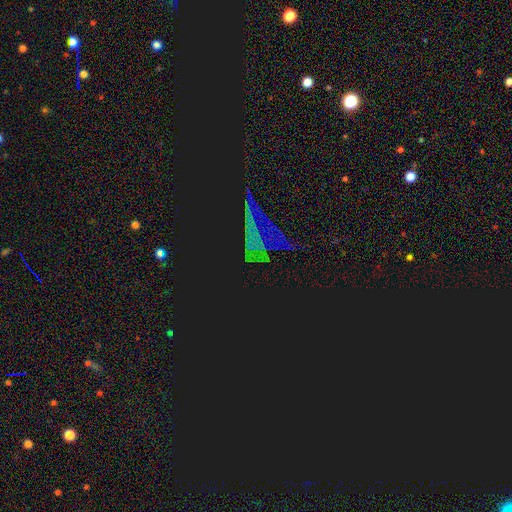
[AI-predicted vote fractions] smooth_or_featured: star or artifact (p=0.77) [alt: smooth p=0.12]